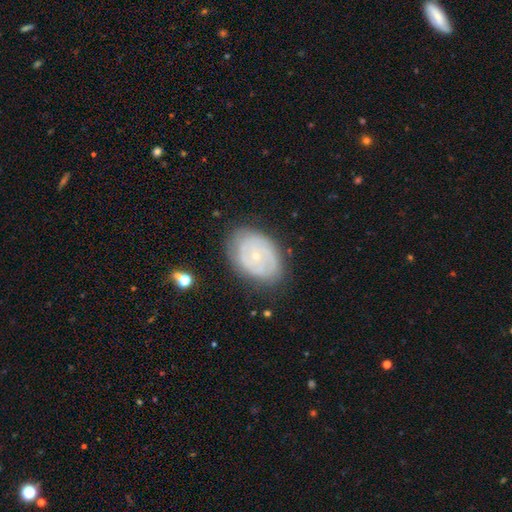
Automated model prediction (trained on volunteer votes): Q: Smooth or featured?
A: featured or disk (76%); runner-up: smooth (17%)
Q: Edge-on disk?
A: no (96%); runner-up: yes (4%)
Q: Bar?
A: no (78%); runner-up: weak (18%)
Q: Spiral arms?
A: yes (86%); runner-up: no (14%)
Q: Spiral winding?
A: tight (73%); runner-up: medium (21%)
Q: Spiral arm count?
A: 2 (38%); runner-up: can't tell (34%)
Q: Bulge size?
A: small (77%); runner-up: moderate (19%)
Q: Merging?
A: none (78%); runner-up: minor disturbance (16%)